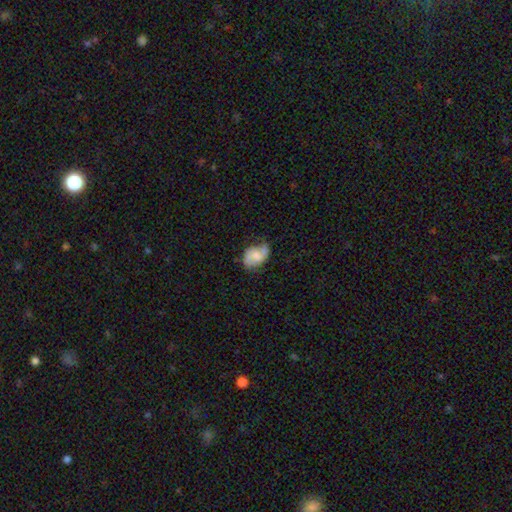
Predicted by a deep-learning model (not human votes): Smooth or featured? Predicted: featured or disk (p=0.55). Edge-on disk? Predicted: no (p=0.97). Bar? Predicted: no (p=0.57). Spiral arms? Predicted: yes (p=0.87). Bulge size? Predicted: moderate (p=0.45). Merging? Predicted: none (p=0.52).